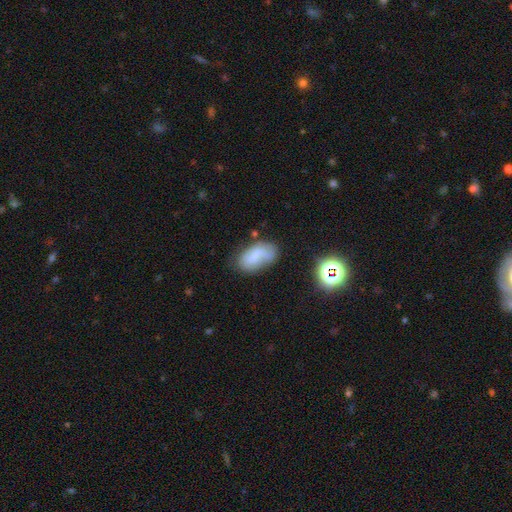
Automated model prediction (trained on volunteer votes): Morphology: type=smooth (64%); roundness=in between (92%); merging=none (53%).